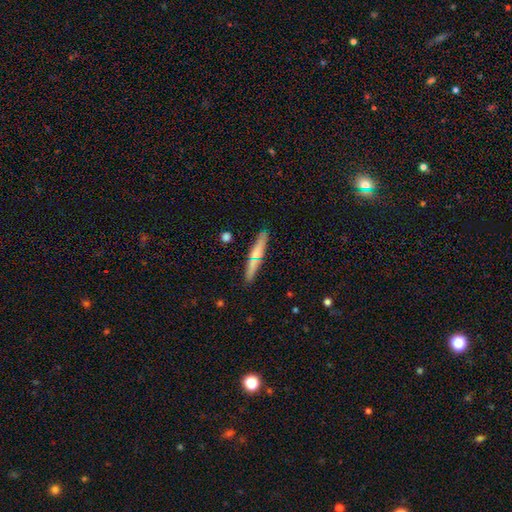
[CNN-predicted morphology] This appears to be a smooth galaxy with no disk features (57%) that is cigar-shaped (92%). Merging: none (84%).